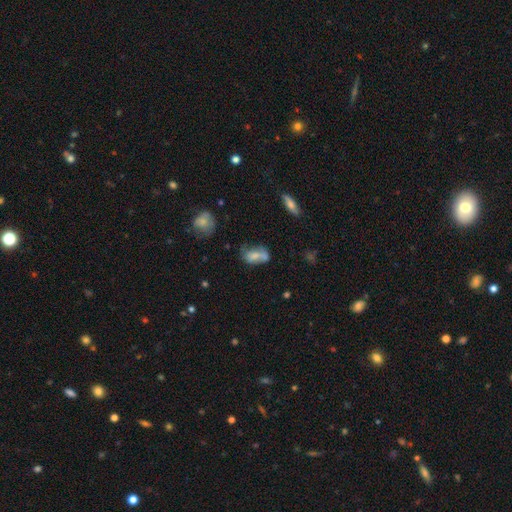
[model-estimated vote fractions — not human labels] A smooth galaxy with no disk features (61%) that is in between round and cigar-shaped (86%).

Vote fractions:
- Smooth or featured? smooth: 61% / featured or disk: 29% / star or artifact: 11%
- How rounded? in between: 86% / round: 8% / cigar-shaped: 6%
- Merging? none: 33% / merger: 26% / minor disturbance: 23% / major disturbance: 18%